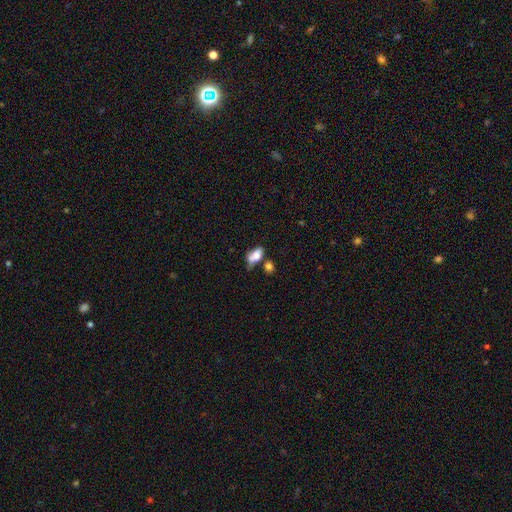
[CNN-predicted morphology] type=smooth (72%); roundness=in between (85%); merging=merger (33%).